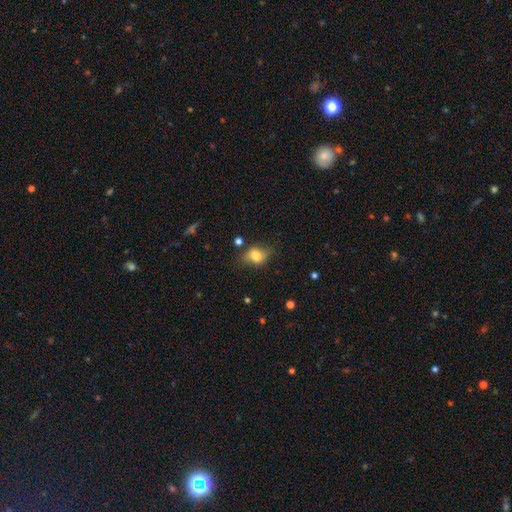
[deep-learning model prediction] A smooth galaxy with no disk features (71%) that is in between round and cigar-shaped (65%).

Vote fractions:
- Smooth or featured? smooth: 71% / featured or disk: 20% / star or artifact: 9%
- How rounded? in between: 65% / round: 33% / cigar-shaped: 2%
- Merging? none: 67% / minor disturbance: 23% / major disturbance: 7% / merger: 3%